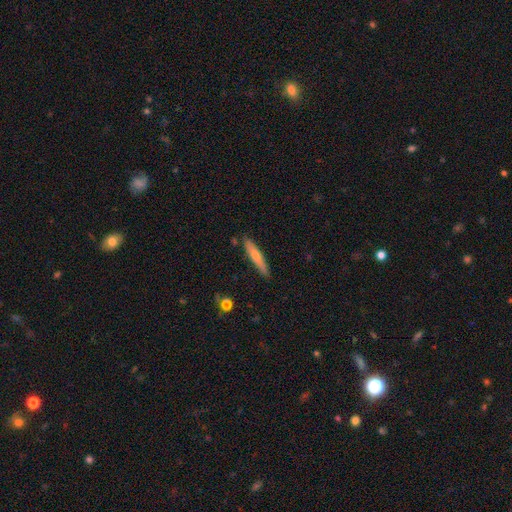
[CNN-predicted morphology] Smooth or featured? Predicted: smooth (p=0.61). How rounded? Predicted: cigar-shaped (p=0.91). Merging? Predicted: none (p=0.85).